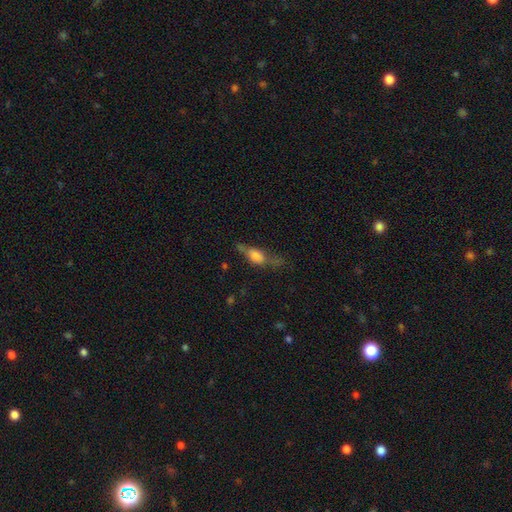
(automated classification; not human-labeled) Smooth or featured?
  - smooth: 54% *
  - featured or disk: 35%
  - star or artifact: 11%
How rounded?
  - in between: 64% *
  - cigar-shaped: 29%
  - round: 7%
Merging?
  - none: 42% *
  - minor disturbance: 28%
  - major disturbance: 24%
  - merger: 6%